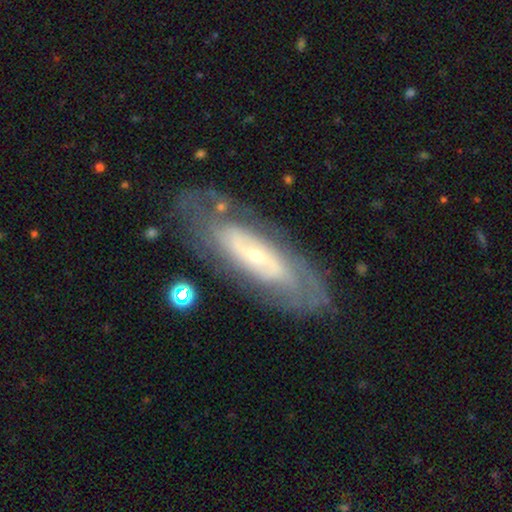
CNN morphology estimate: A featured or disk galaxy (78%) with no bar (58%), tight (60%) spiral arms (81%) and a small central bulge (75%).

Vote fractions:
- Smooth or featured? featured or disk: 78% / smooth: 16% / star or artifact: 6%
- Edge-on disk? no: 84% / yes: 16%
- Bar? no: 58% / weak: 27% / strong: 14%
- Spiral arms? yes: 81% / no: 19%
- Spiral winding? tight: 60% / medium: 29% / loose: 11%
- Spiral arm count? can't tell: 51% / 2: 32% / 3: 6% / 4: 4% / 1: 4% / more than 4: 3%
- Bulge size? small: 75% / moderate: 20% / large: 2% / none: 2% / dominant: 1%
- Merging? none: 73% / minor disturbance: 17% / major disturbance: 8% / merger: 2%